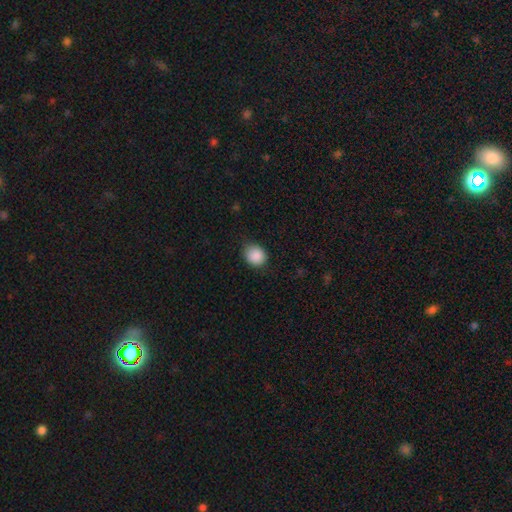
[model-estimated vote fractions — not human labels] This appears to be a smooth galaxy with no disk features (89%) that is round (72%). Merging: none (79%).